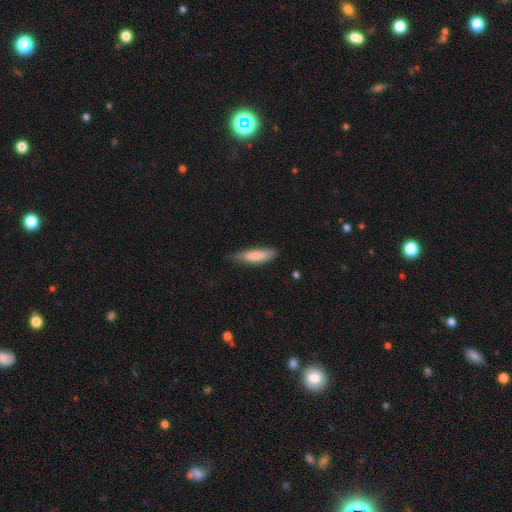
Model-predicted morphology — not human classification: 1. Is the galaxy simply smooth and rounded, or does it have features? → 83% smooth, 11% featured or disk, 6% star or artifact.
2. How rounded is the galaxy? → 53% cigar-shaped, 46% in between, 1% round.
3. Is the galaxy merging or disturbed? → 61% none, 32% minor disturbance, 6% major disturbance, 2% merger.